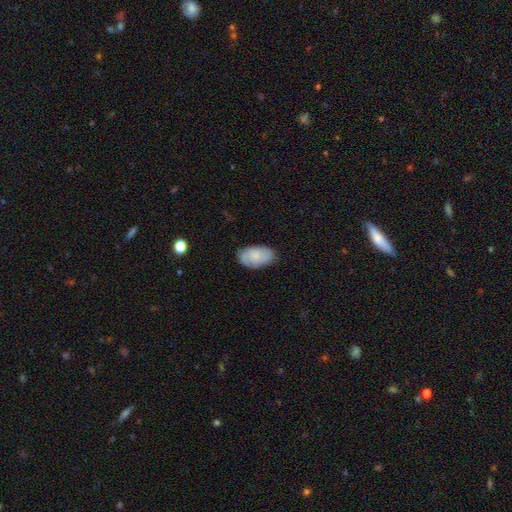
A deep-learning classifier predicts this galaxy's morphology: This is likely a smooth galaxy (69%). How rounded: clearly in between (94%). Merging: likely none (79%).